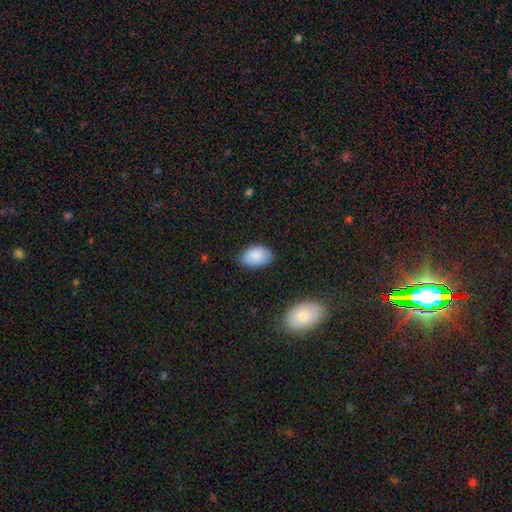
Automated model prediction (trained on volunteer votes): Smooth or featured: smooth — 86% (featured or disk — 8%)
How rounded: in between — 92% (round — 7%)
Merging: none — 83% (minor disturbance — 13%)